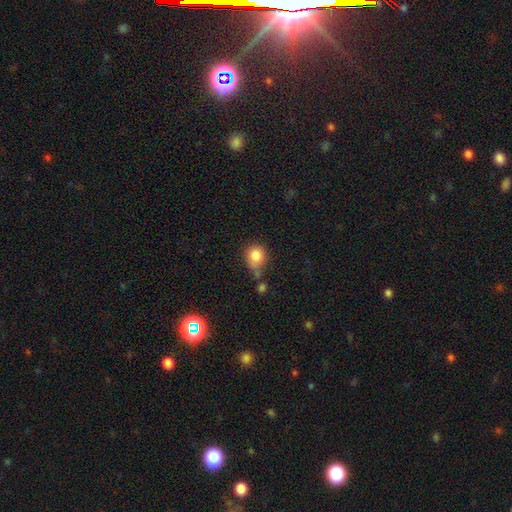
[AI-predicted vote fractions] smooth 83%, star or artifact 10%, featured or disk 7%. Down the decision tree: how rounded — round (79%); merging — none (51%).